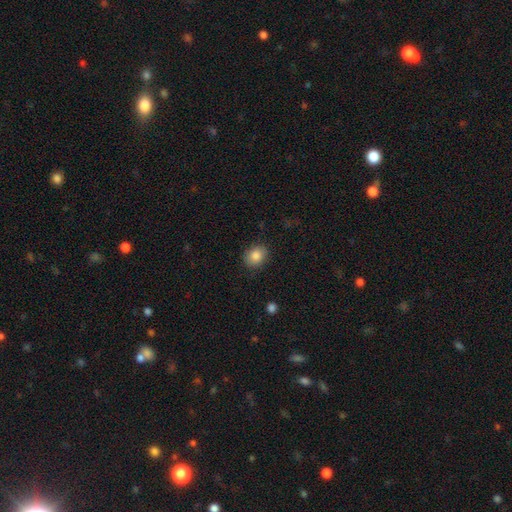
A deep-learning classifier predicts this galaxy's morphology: A smooth galaxy with no disk features (85%) that is round (58%).

Vote fractions:
- Smooth or featured? smooth: 85% / star or artifact: 9% / featured or disk: 6%
- How rounded? round: 58% / in between: 41% / cigar-shaped: 1%
- Merging? none: 85% / minor disturbance: 11% / major disturbance: 3% / merger: 1%